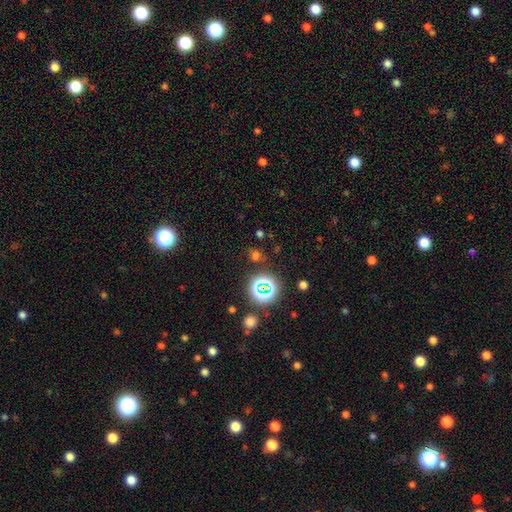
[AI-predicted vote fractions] Smooth or featured? star or artifact (47%)